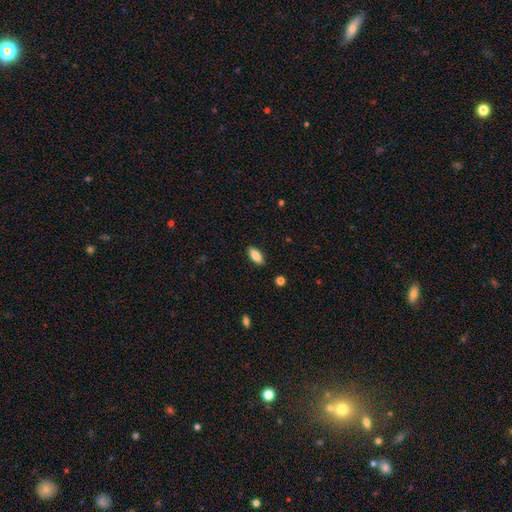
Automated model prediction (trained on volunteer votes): smooth 87%, star or artifact 7%, featured or disk 6%. Down the decision tree: how rounded — in between (87%); merging — none (89%).